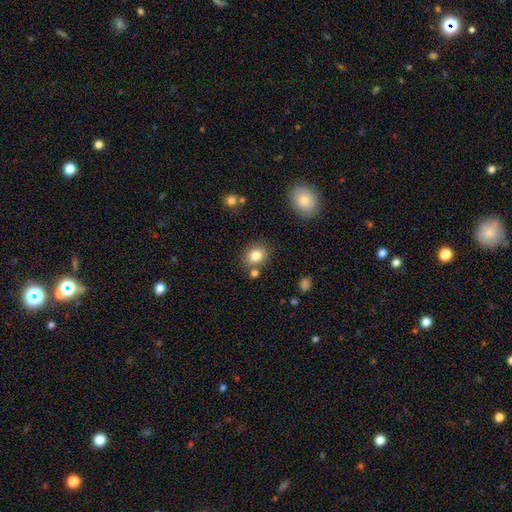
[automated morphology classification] smooth-or-featured: smooth: 82% | star or artifact: 10% | featured or disk: 8%
  how-rounded: in between: 52% | round: 47% | cigar-shaped: 1%
  merging: none: 75% | minor disturbance: 12% | merger: 10% | major disturbance: 3%